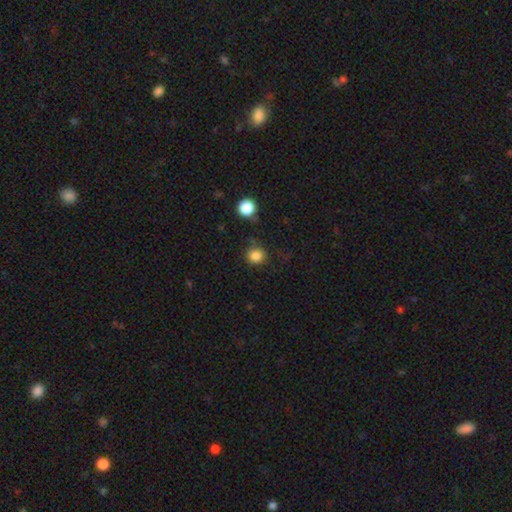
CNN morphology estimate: Smooth or featured? smooth (84%)
How rounded? round (91%)
Merging? none (78%)